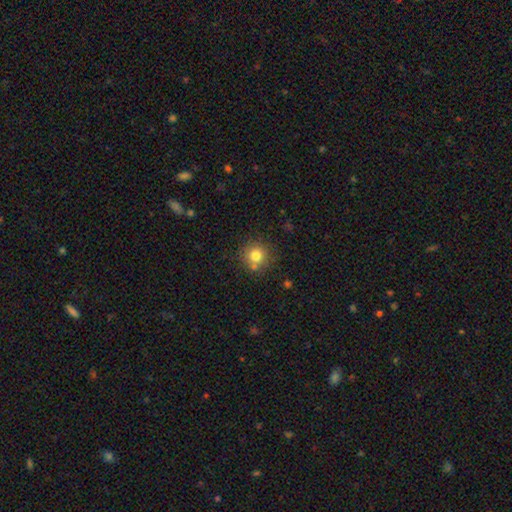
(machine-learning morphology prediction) The model was most divided on "merging": none: 77%, minor disturbance: 11%, merger: 8%, major disturbance: 3%. More confident: how rounded — round (93%); smooth or featured — smooth (79%).